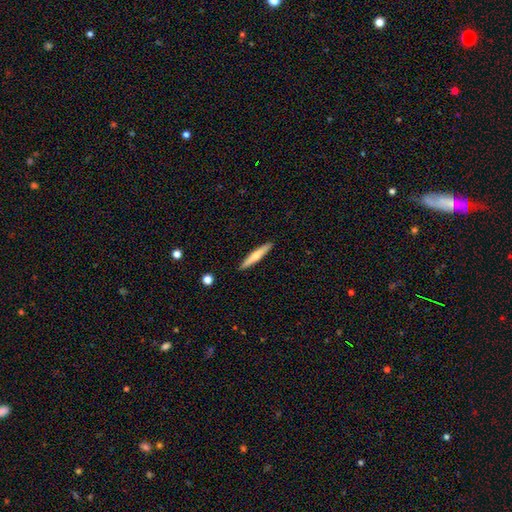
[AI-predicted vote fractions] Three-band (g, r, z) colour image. It shows a smooth galaxy with no disk features (51%) that is cigar-shaped (92%). Merging: none (92%).